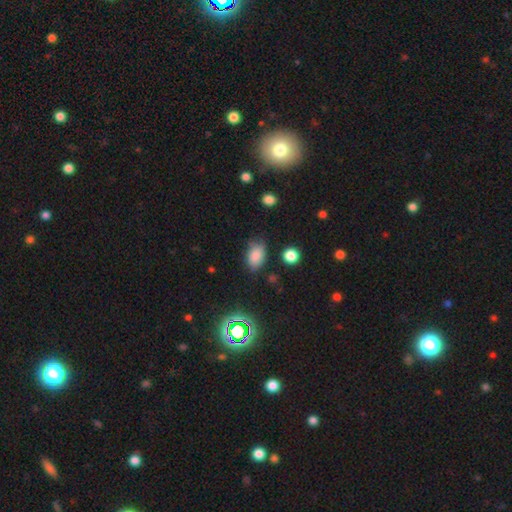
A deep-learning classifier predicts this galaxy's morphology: smooth_or_featured: smooth (p=0.82) [alt: star or artifact p=0.12]
how_rounded: in between (p=0.86) [alt: round p=0.12]
merging: none (p=0.69) [alt: minor disturbance p=0.22]